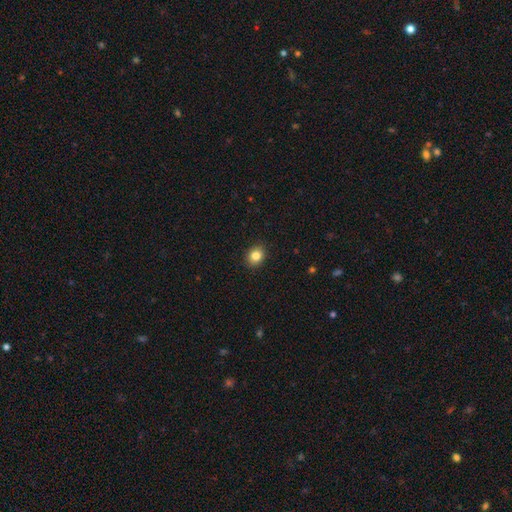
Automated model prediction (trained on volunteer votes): This appears to be a smooth galaxy with no disk features (83%) that is round (59%). Merging: none (91%).